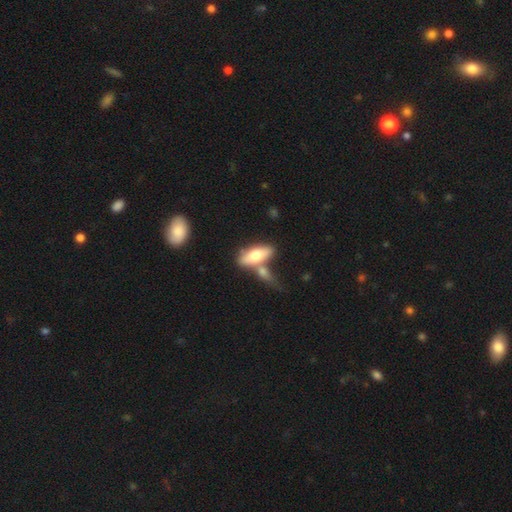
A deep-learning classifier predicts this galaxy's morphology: smooth 66%, featured or disk 28%, star or artifact 6%. Down the decision tree: how rounded — in between (78%); merging — none (42%).